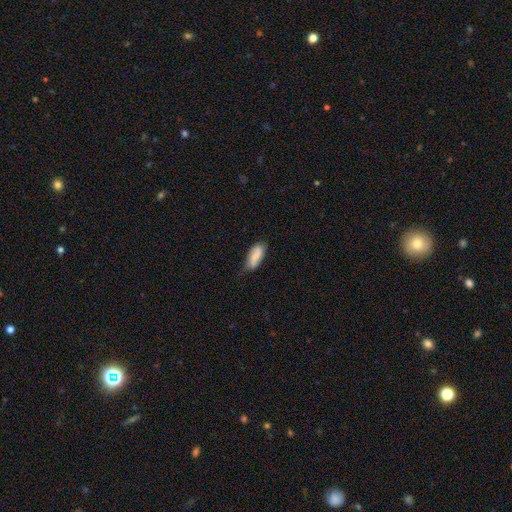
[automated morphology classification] Q: Smooth or featured?
A: smooth (70%); runner-up: featured or disk (23%)
Q: How rounded?
A: in between (82%); runner-up: cigar-shaped (16%)
Q: Merging?
A: none (61%); runner-up: minor disturbance (31%)